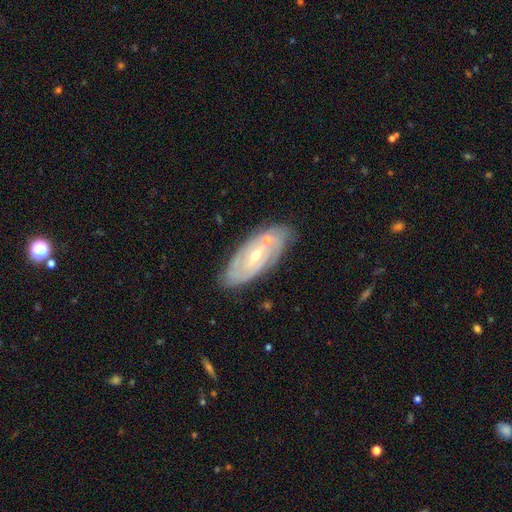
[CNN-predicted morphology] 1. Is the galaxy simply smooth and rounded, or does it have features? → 80% featured or disk, 14% smooth, 6% star or artifact.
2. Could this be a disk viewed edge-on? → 90% no, 10% yes.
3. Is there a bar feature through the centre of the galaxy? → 43% no, 42% weak, 15% strong.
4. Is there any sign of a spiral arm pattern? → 86% yes, 14% no.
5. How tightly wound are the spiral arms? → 71% tight, 23% medium, 6% loose.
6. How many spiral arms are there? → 39% 2 (tied), 39% can't tell (tied), 12% 3, 5% 4, 3% 1, 3% more than 4.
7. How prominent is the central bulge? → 50% moderate, 47% small, 1% large, 1% none, 1% dominant.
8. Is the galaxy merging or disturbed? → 74% none, 15% minor disturbance, 8% merger, 3% major disturbance.